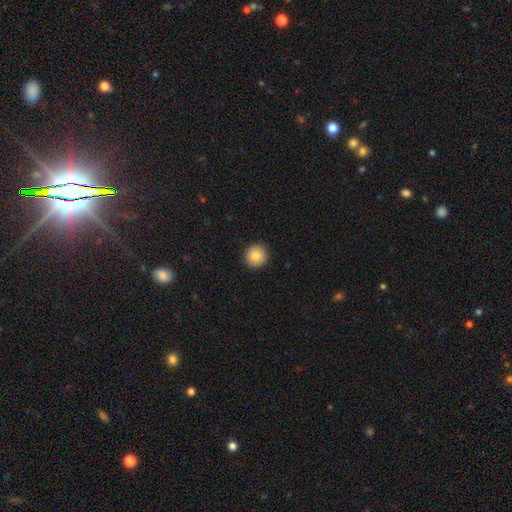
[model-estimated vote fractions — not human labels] smooth_or_featured: smooth (p=0.85) [alt: star or artifact p=0.09]
how_rounded: round (p=0.95) [alt: in between p=0.04]
merging: none (p=0.93) [alt: minor disturbance p=0.05]